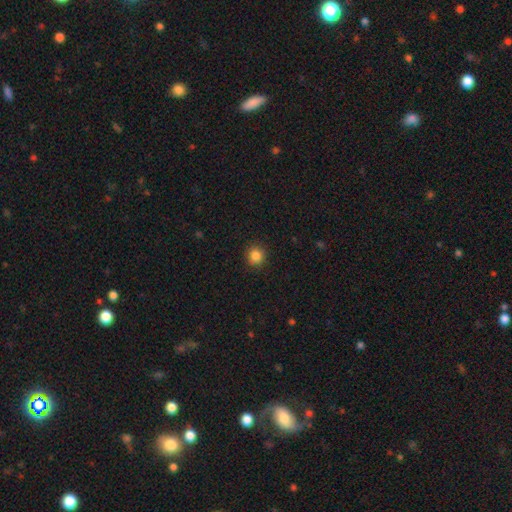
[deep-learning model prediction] smooth 85%, star or artifact 11%, featured or disk 4%. Down the decision tree: how rounded — round (90%); merging — none (91%).